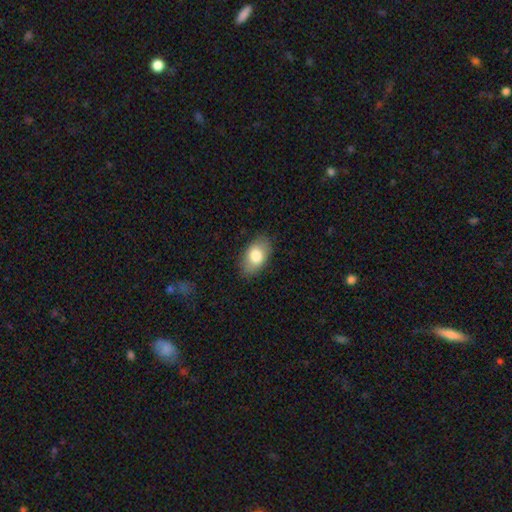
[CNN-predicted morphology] Smooth or featured?
  - smooth: 80% *
  - featured or disk: 14%
  - star or artifact: 7%
How rounded?
  - in between: 91% *
  - round: 7%
  - cigar-shaped: 2%
Merging?
  - none: 83% *
  - minor disturbance: 13%
  - major disturbance: 3%
  - merger: 1%